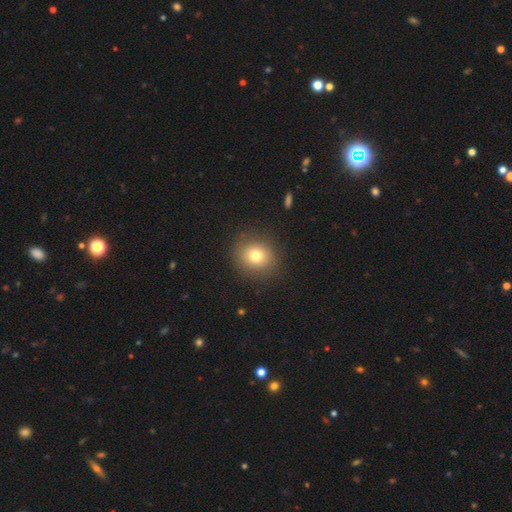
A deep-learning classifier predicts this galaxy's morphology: type=smooth (77%); roundness=round (83%); merging=none (88%).